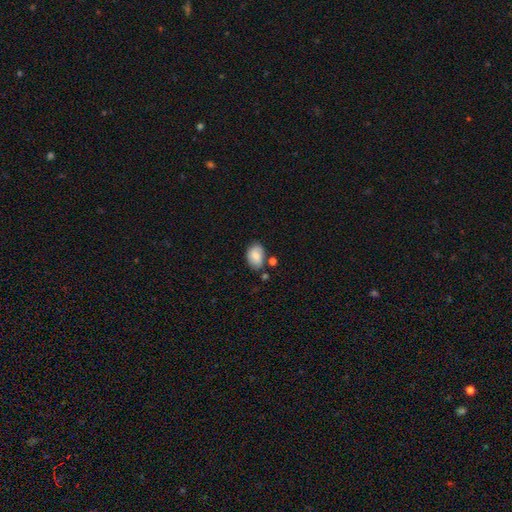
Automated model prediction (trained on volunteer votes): Morphology: type=smooth (74%); roundness=in between (79%); merging=none (68%).